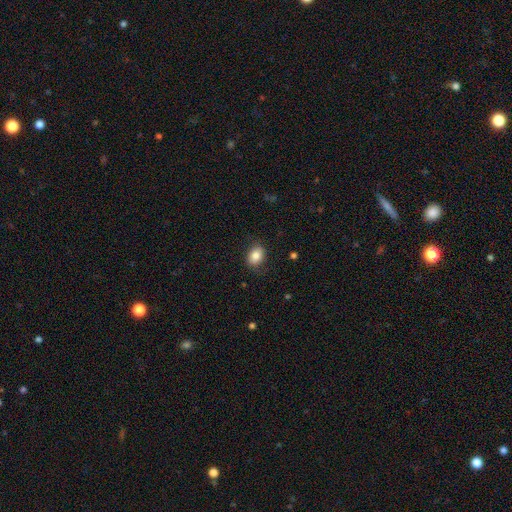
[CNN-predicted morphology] A smooth galaxy with no disk features (84%) that is in between round and cigar-shaped (70%). Merging: none (82%).